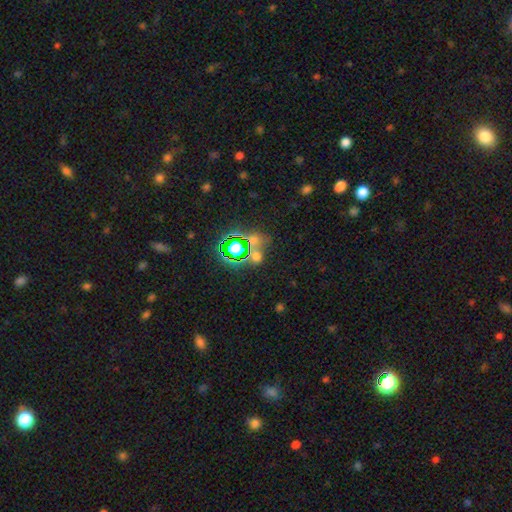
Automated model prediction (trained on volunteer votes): Smooth or featured? Predicted: star or artifact (p=0.54).